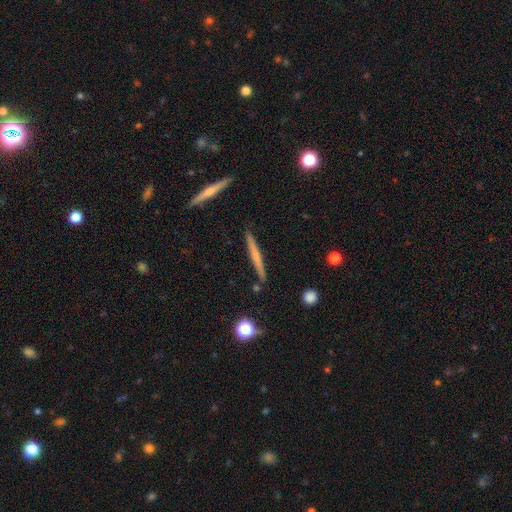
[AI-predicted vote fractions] Smooth or featured? featured or disk (50%)
Merging? none (88%)